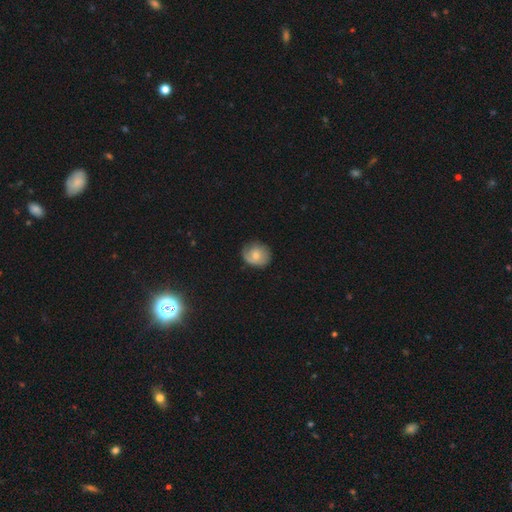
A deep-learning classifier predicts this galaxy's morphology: smooth-or-featured: smooth: 54% | featured or disk: 39% | star or artifact: 8%
  how-rounded: round: 70% | in between: 29% | cigar-shaped: 1%
  merging: none: 67% | minor disturbance: 24% | major disturbance: 7% | merger: 1%